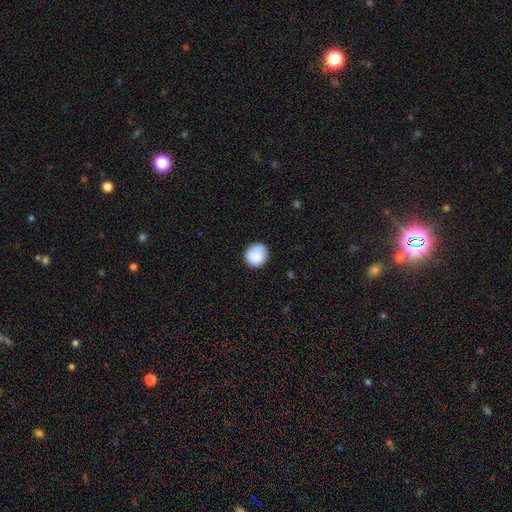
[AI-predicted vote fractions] Smooth or featured?
  - smooth: 88% *
  - star or artifact: 8%
  - featured or disk: 4%
How rounded?
  - round: 83% *
  - in between: 16%
  - cigar-shaped: 1%
Merging?
  - none: 83% *
  - minor disturbance: 14%
  - major disturbance: 3%
  - merger: 1%